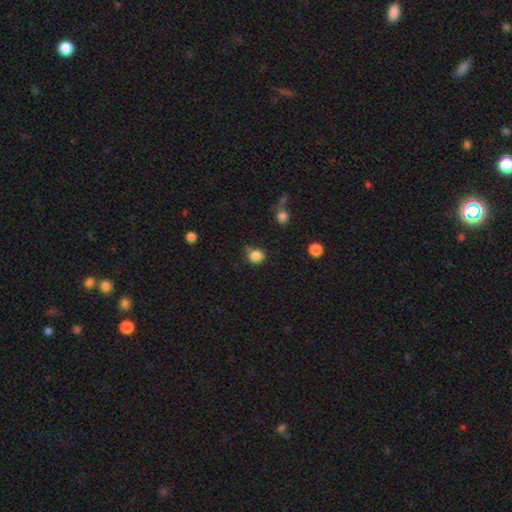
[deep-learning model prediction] This is clearly a smooth galaxy (84%). How rounded: clearly round (80%). Merging: likely none (68%).